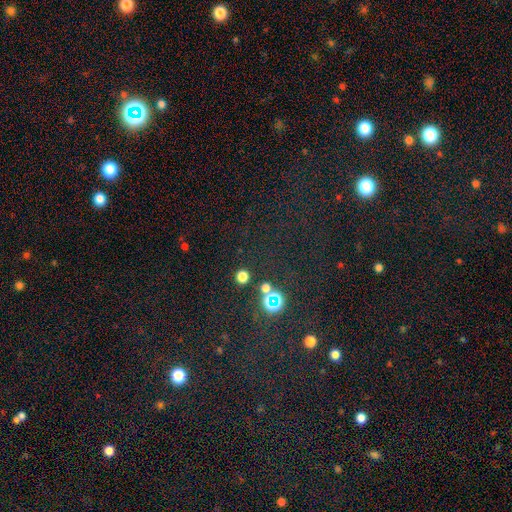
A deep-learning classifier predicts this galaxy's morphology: Smooth or featured? Predicted: star or artifact (p=0.70).